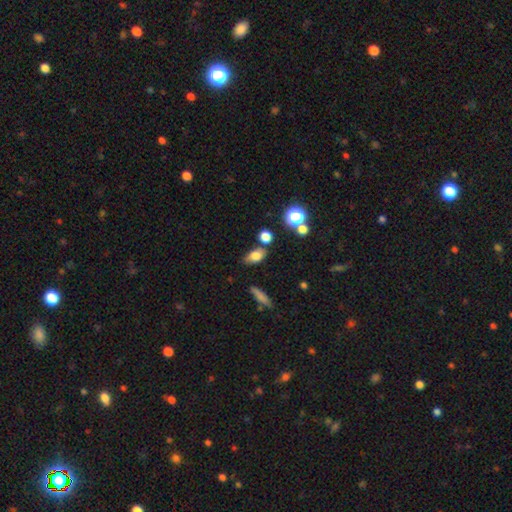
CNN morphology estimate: Smooth or featured? Predicted: smooth (p=0.75). How rounded? Predicted: in between (p=0.80). Merging? Predicted: none (p=0.67).